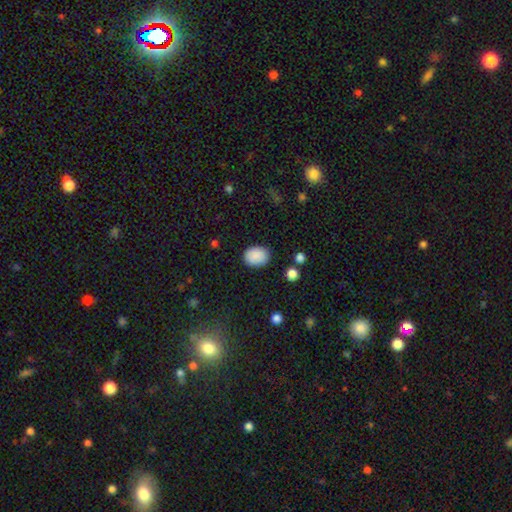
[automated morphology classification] This is clearly a smooth galaxy (89%). How rounded: likely in between (62%). Merging: clearly none (87%).